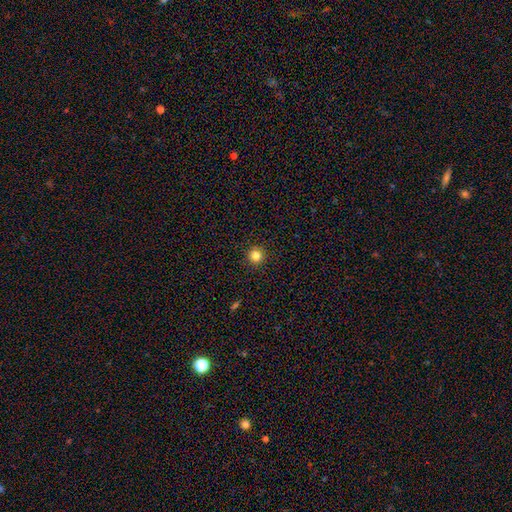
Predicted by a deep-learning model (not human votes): A smooth galaxy with no disk features (82%) that is round (95%). Merging: none (93%).